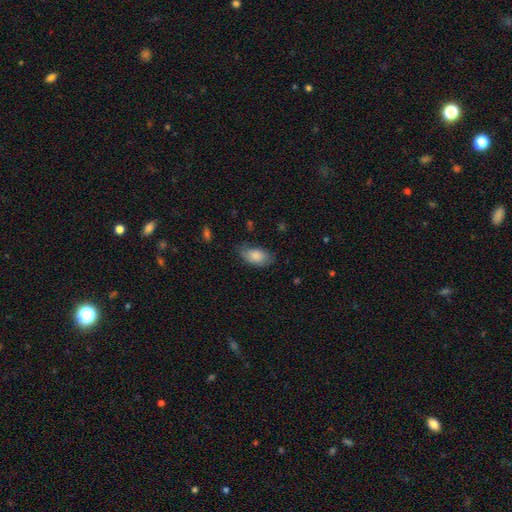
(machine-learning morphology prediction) smooth-or-featured: smooth: 84% | featured or disk: 9% | star or artifact: 7%
  how-rounded: in between: 92% | round: 6% | cigar-shaped: 2%
  merging: none: 64% | minor disturbance: 28% | major disturbance: 7% | merger: 2%